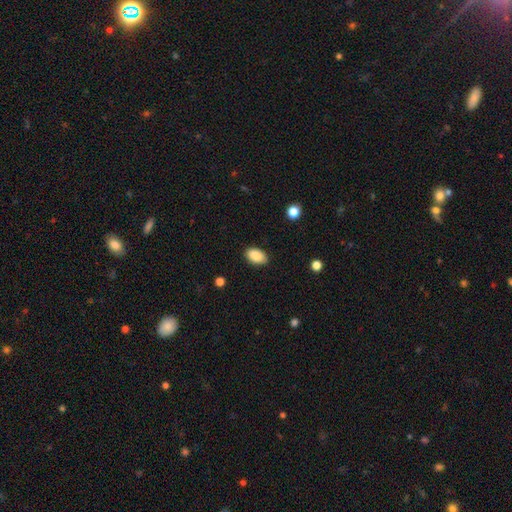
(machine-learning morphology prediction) smooth_or_featured: smooth (p=0.89) [alt: star or artifact p=0.07]
how_rounded: in between (p=0.93) [alt: round p=0.06]
merging: none (p=0.87) [alt: minor disturbance p=0.09]